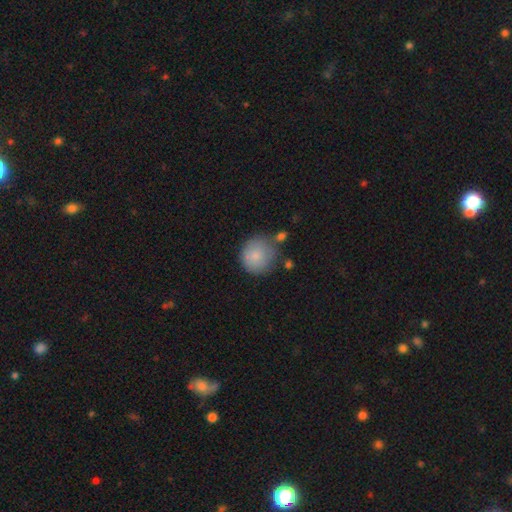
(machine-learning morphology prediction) smooth 83%, featured or disk 11%, star or artifact 7%. Down the decision tree: how rounded — round (92%); merging — none (64%).